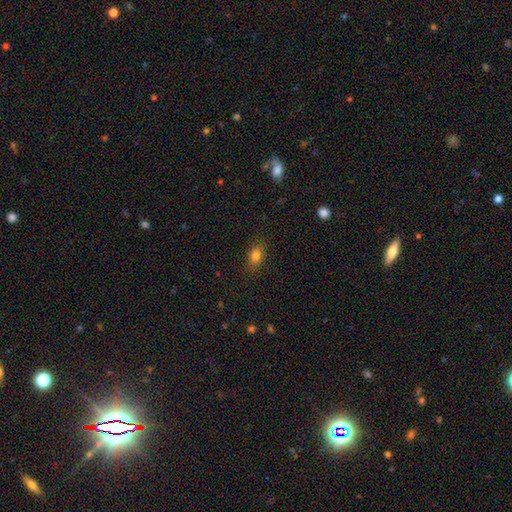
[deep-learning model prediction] This appears to be a smooth galaxy with no disk features (80%) that is in between round and cigar-shaped (78%). Merging: none (85%).